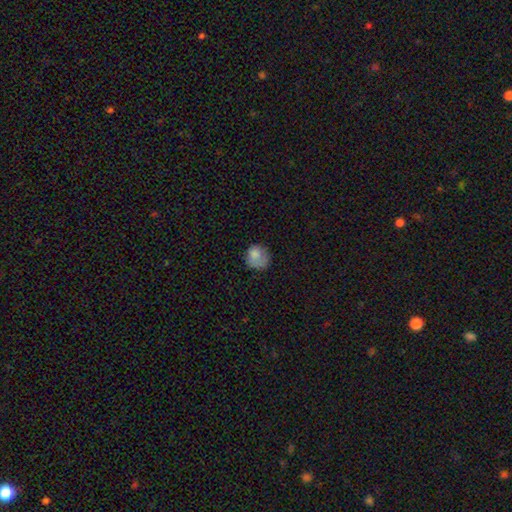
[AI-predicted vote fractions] A smooth galaxy with no disk features (81%) that is round (77%).

Vote fractions:
- Smooth or featured? smooth: 81% / featured or disk: 10% / star or artifact: 9%
- How rounded? round: 77% / in between: 22% / cigar-shaped: 1%
- Merging? none: 57% / minor disturbance: 27% / major disturbance: 13% / merger: 2%